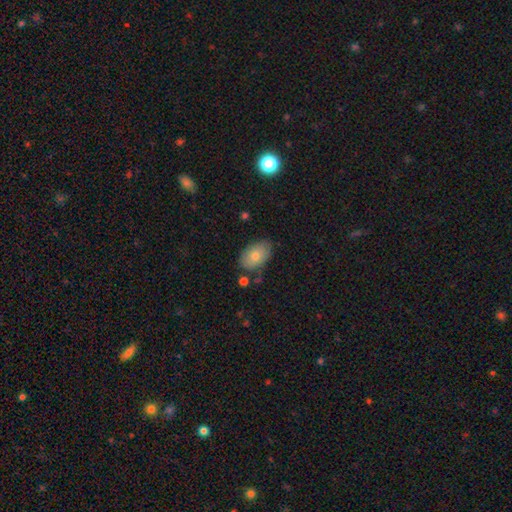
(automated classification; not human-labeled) This is likely a smooth galaxy (77%). How rounded: clearly in between (90%). Merging: likely none (75%).